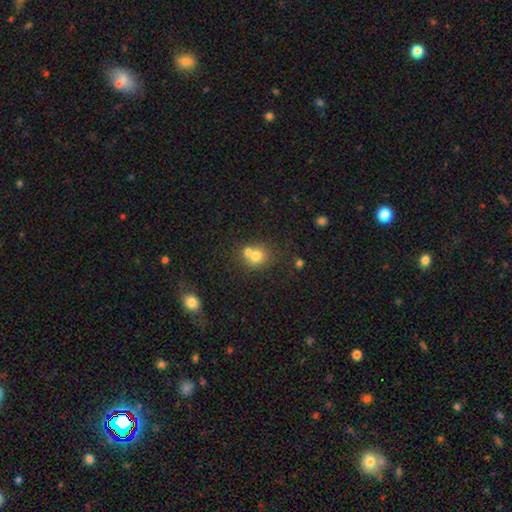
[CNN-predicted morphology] The model was most divided on "merging": merger: 45%, none: 44%, minor disturbance: 9%, major disturbance: 3%. More confident: how rounded — round (79%); smooth or featured — smooth (73%).